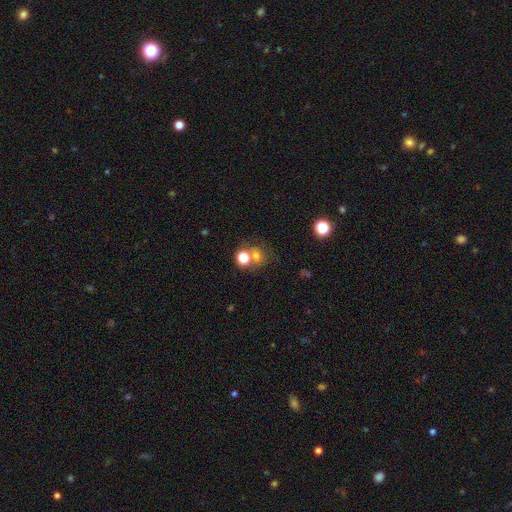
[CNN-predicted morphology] Smooth or featured? smooth (67%)
How rounded? round (77%)
Merging? none (52%)